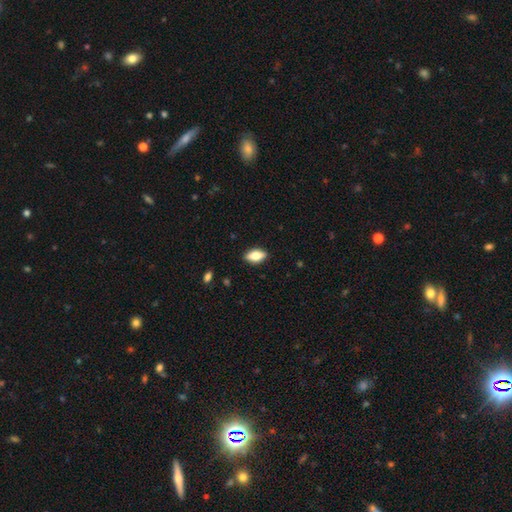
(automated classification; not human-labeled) Q: Smooth or featured?
A: smooth (71%); runner-up: featured or disk (22%)
Q: How rounded?
A: in between (86%); runner-up: cigar-shaped (10%)
Q: Merging?
A: none (87%); runner-up: minor disturbance (10%)